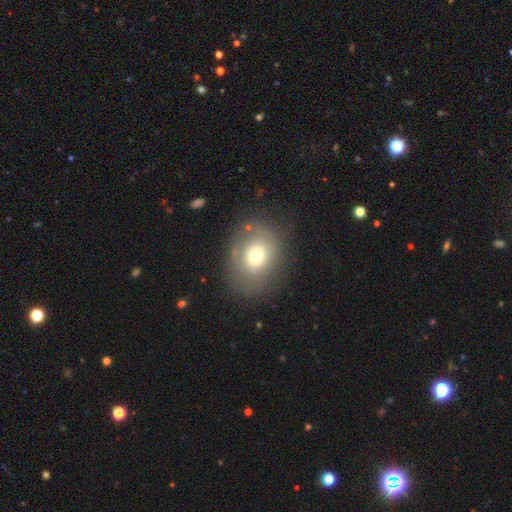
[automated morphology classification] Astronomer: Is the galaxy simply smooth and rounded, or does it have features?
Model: smooth — 67%.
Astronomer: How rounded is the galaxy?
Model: in between — 55% (runner-up: round, 45%).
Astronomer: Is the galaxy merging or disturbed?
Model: none — 74%.